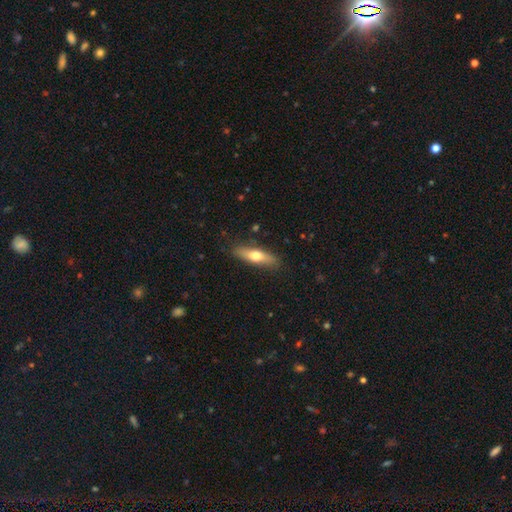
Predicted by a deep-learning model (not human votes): A smooth galaxy with no disk features (59%) that is cigar-shaped (60%). Merging: none (85%).